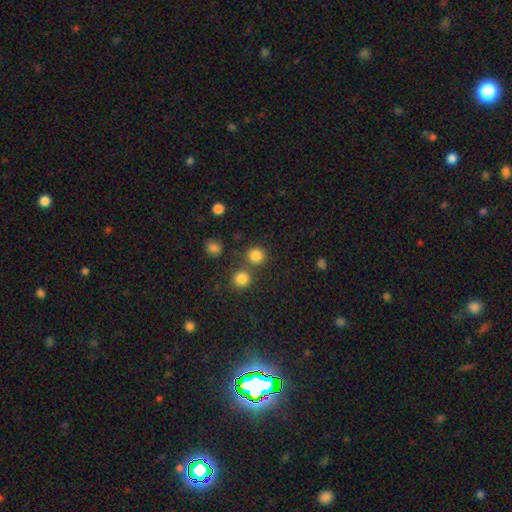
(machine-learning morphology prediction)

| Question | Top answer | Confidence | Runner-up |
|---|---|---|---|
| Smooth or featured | smooth | 82% | star or artifact (14%) |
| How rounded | round | 90% | in between (9%) |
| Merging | none | 72% | merger (18%) |